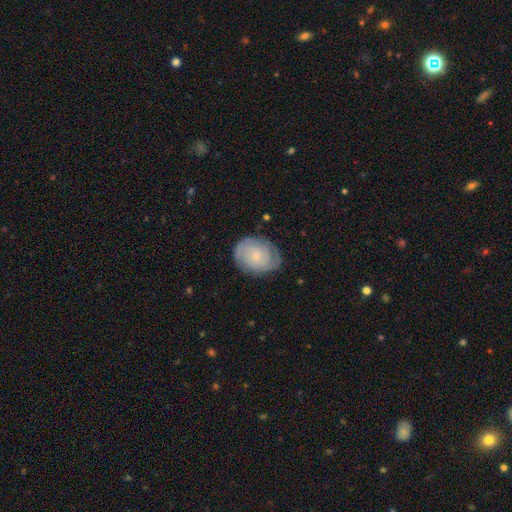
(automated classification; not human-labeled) Q: Smooth or featured?
A: featured or disk (74%); runner-up: smooth (19%)
Q: Edge-on disk?
A: no (97%); runner-up: yes (3%)
Q: Bar?
A: no (78%); runner-up: weak (19%)
Q: Spiral arms?
A: yes (94%); runner-up: no (6%)
Q: Spiral winding?
A: tight (73%); runner-up: medium (22%)
Q: Spiral arm count?
A: can't tell (32%); runner-up: 2 (31%)
Q: Bulge size?
A: small (79%); runner-up: moderate (15%)
Q: Merging?
A: none (79%); runner-up: minor disturbance (15%)